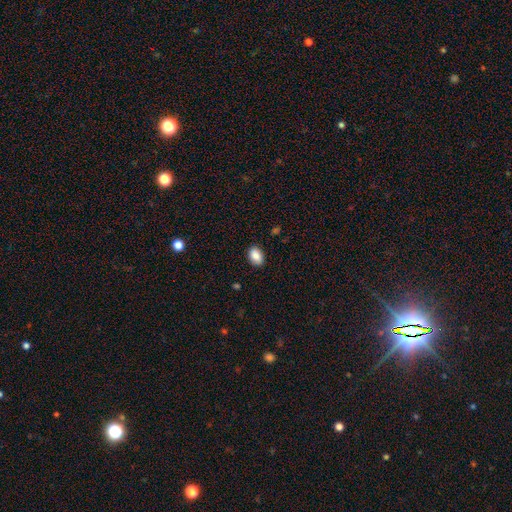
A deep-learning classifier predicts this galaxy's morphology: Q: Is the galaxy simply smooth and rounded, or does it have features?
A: smooth — 88%.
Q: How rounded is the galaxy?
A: in between — 83%.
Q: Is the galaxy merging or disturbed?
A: none — 87%.